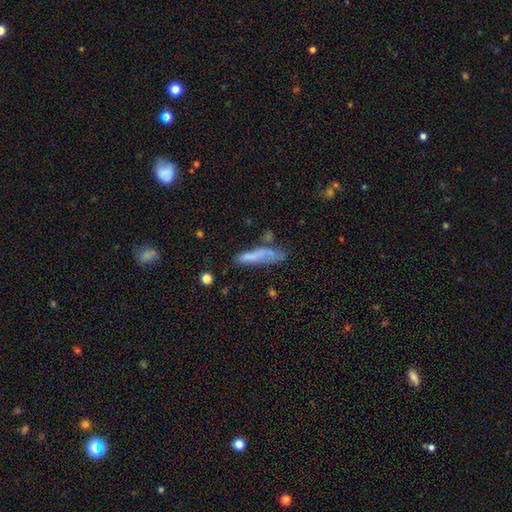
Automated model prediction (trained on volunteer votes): Smooth or featured: smooth — 62% (featured or disk — 28%)
How rounded: cigar-shaped — 82% (in between — 16%)
Merging: none — 46% (minor disturbance — 25%)